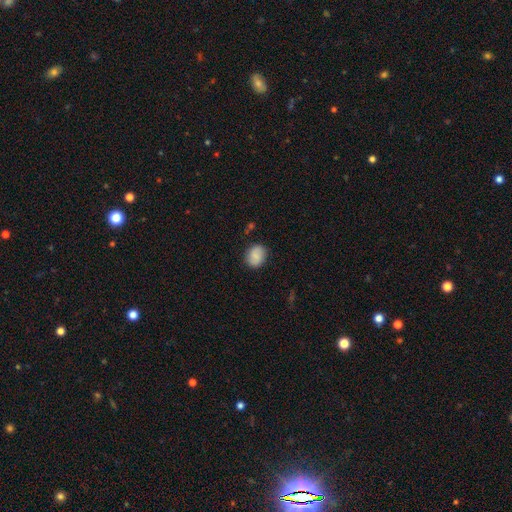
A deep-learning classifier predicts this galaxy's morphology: smooth_or_featured: smooth (p=0.83) [alt: featured or disk p=0.09]
how_rounded: round (p=0.55) [alt: in between p=0.44]
merging: none (p=0.83) [alt: minor disturbance p=0.13]